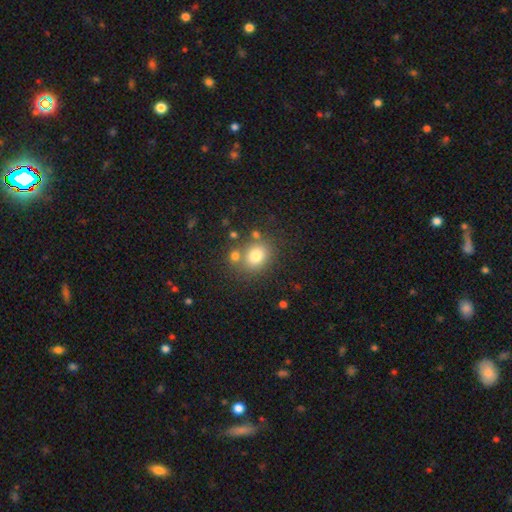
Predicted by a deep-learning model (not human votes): Smooth or featured: smooth — 78% (star or artifact — 12%)
How rounded: round — 62% (in between — 37%)
Merging: none — 68% (merger — 16%)